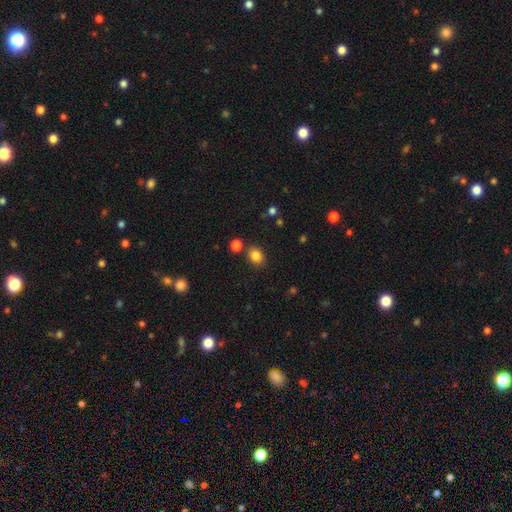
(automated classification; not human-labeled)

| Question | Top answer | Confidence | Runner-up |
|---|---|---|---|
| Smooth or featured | smooth | 84% | star or artifact (11%) |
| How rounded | round | 51% | in between (49%) |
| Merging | none | 79% | minor disturbance (10%) |